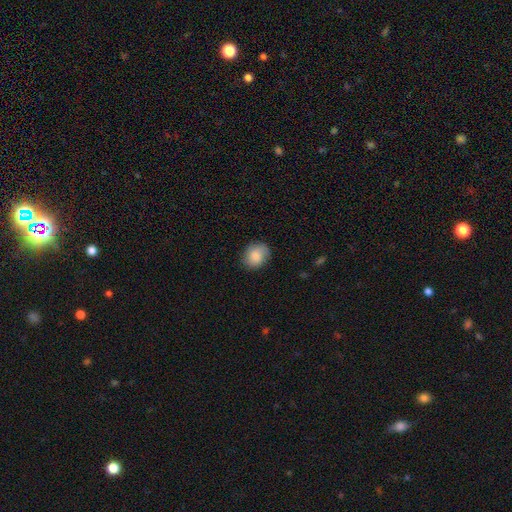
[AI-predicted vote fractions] Smooth or featured: smooth — 82% (featured or disk — 11%)
How rounded: round — 61% (in between — 38%)
Merging: none — 78% (minor disturbance — 17%)